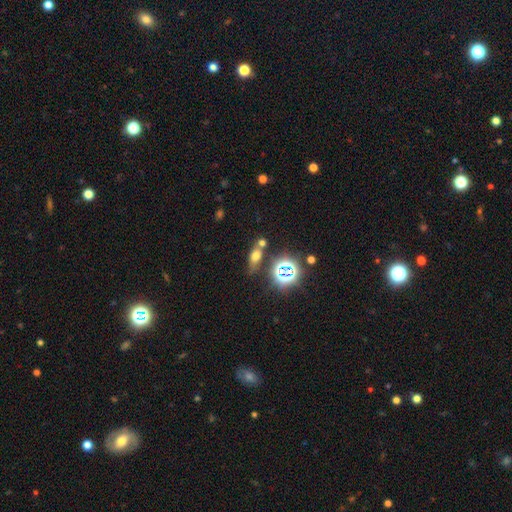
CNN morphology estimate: smooth_or_featured: smooth (p=0.53) [alt: star or artifact p=0.29]
how_rounded: in between (p=0.57) [alt: round p=0.22]
merging: none (p=0.60) [alt: merger p=0.20]